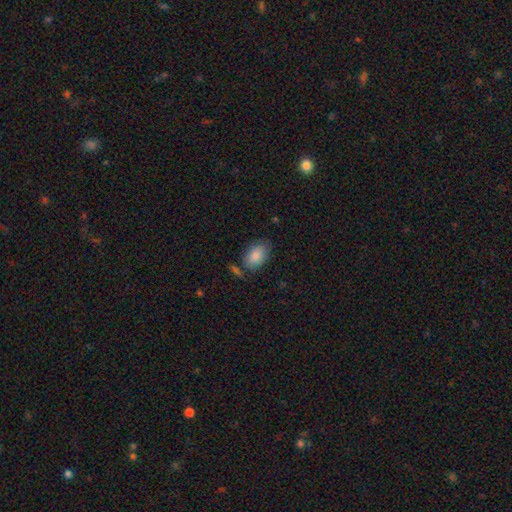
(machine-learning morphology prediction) type=smooth (86%); roundness=in between (89%); merging=none (70%).